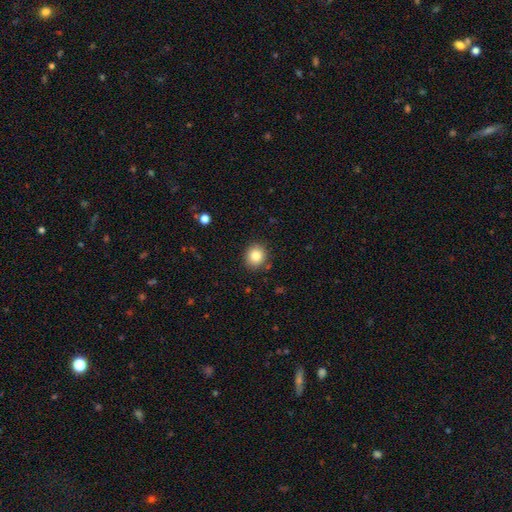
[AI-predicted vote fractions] smooth 84%, star or artifact 10%, featured or disk 6%. Down the decision tree: how rounded — round (81%); merging — none (87%).